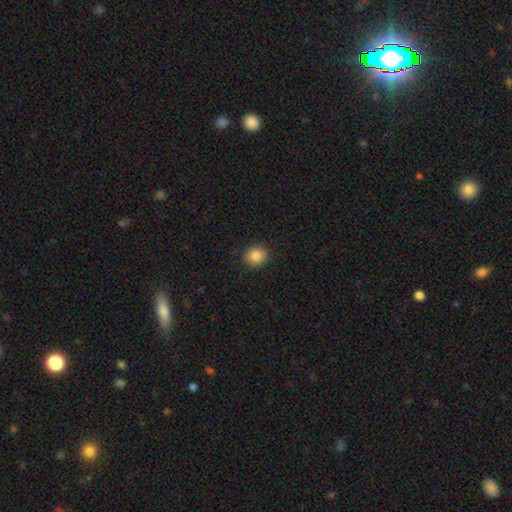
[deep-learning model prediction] smooth 86%, star or artifact 9%, featured or disk 4%. Down the decision tree: how rounded — round (75%); merging — none (89%).